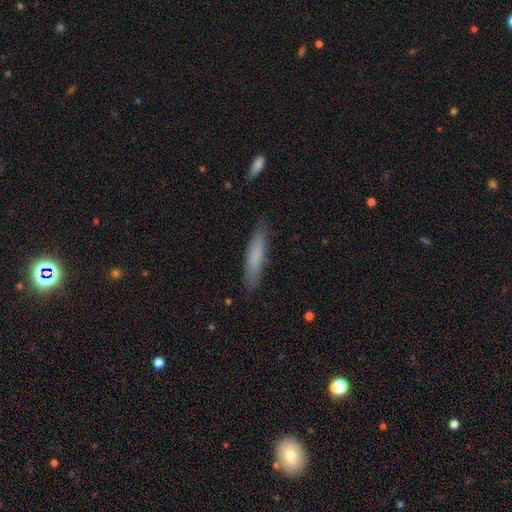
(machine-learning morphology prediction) This is likely a smooth galaxy (75%). How rounded: clearly cigar-shaped (87%). Merging: clearly none (85%).